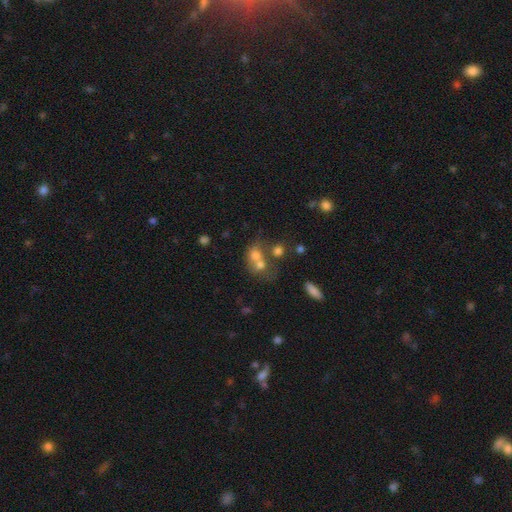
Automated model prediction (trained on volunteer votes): Smooth or featured? Predicted: smooth (p=0.65). How rounded? Predicted: round (p=0.54). Merging? Predicted: merger (p=0.60).